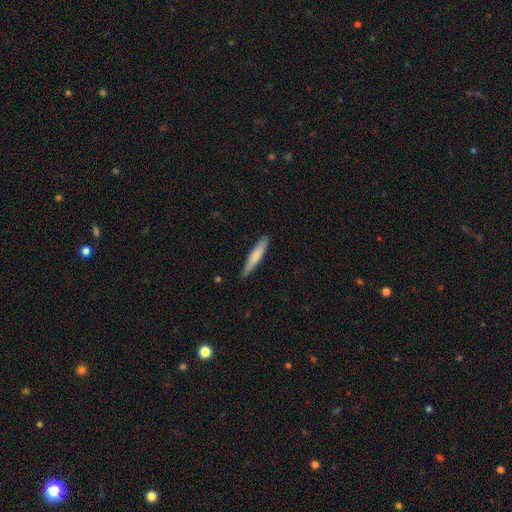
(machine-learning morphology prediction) Smooth or featured: smooth — 73% (featured or disk — 22%)
How rounded: cigar-shaped — 91% (in between — 8%)
Merging: none — 86% (minor disturbance — 11%)